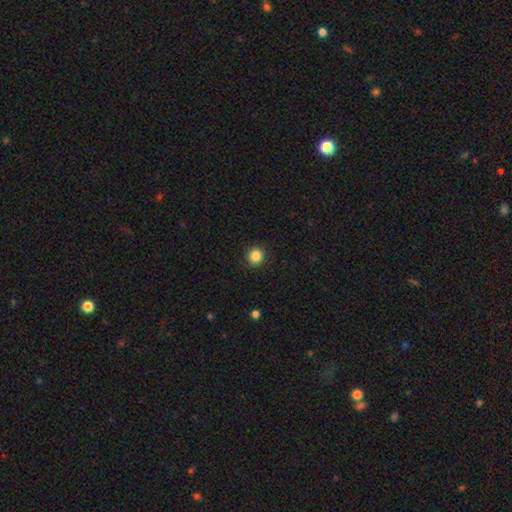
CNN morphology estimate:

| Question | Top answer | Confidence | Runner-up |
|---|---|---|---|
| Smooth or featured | smooth | 85% | star or artifact (11%) |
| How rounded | round | 93% | in between (6%) |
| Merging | none | 92% | minor disturbance (5%) |